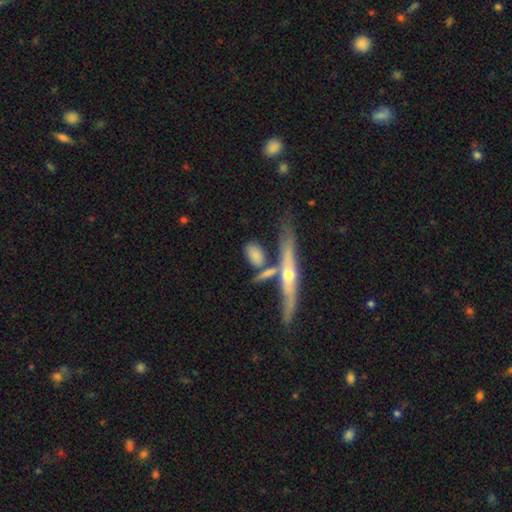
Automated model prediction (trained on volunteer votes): smooth_or_featured: smooth (p=0.66) [alt: featured or disk p=0.28]
how_rounded: in between (p=0.63) [alt: cigar-shaped p=0.25]
merging: none (p=0.52) [alt: merger p=0.24]